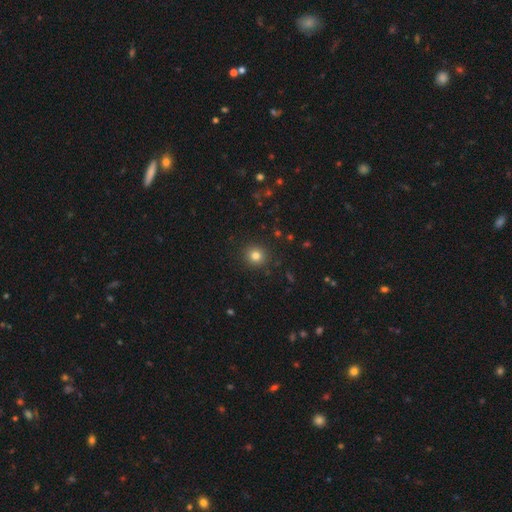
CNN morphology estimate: This appears to be a smooth galaxy with no disk features (80%) that is round (91%). Merging: none (91%).